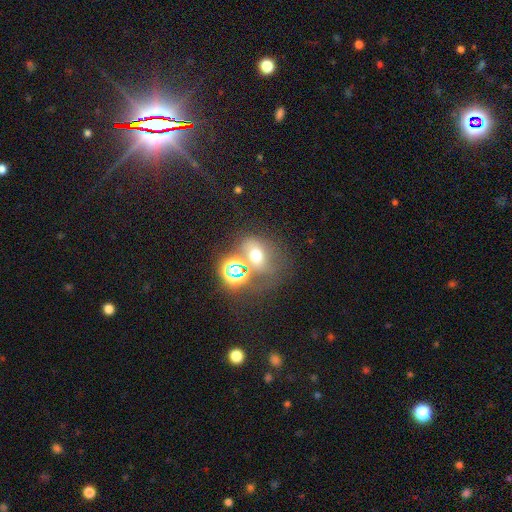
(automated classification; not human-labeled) smooth 53%, star or artifact 29%, featured or disk 19%. Down the decision tree: how rounded — in between (50%); merging — none (43%).